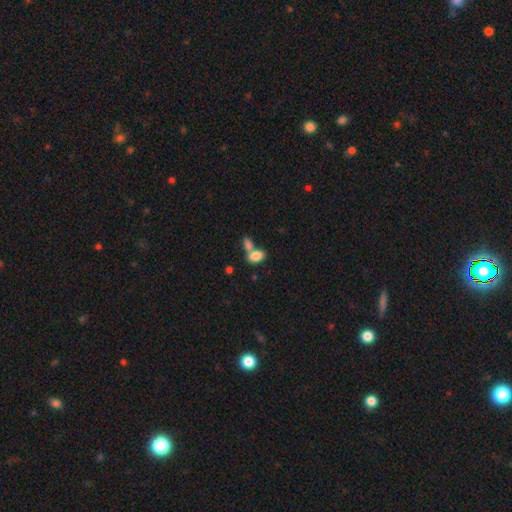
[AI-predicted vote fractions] Overall: smooth (83%). How rounded: in between (90%). Merging: merger (51%; none 36%).